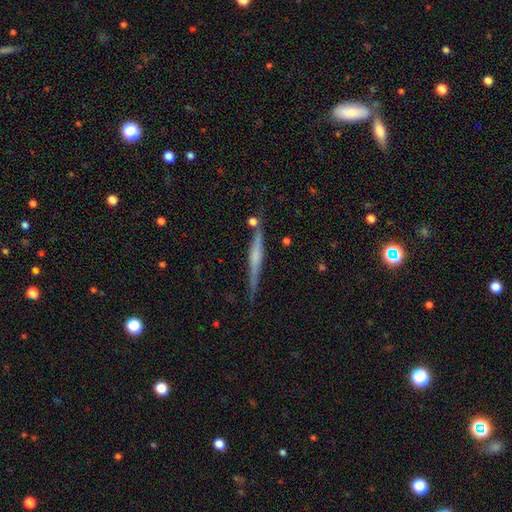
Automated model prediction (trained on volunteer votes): Q: Smooth or featured?
A: featured or disk (66%); runner-up: smooth (28%)
Q: Edge-on disk?
A: yes (97%); runner-up: no (3%)
Q: Edge-on bulge?
A: rounded (49%); runner-up: none (31%)
Q: Merging?
A: none (79%); runner-up: minor disturbance (14%)